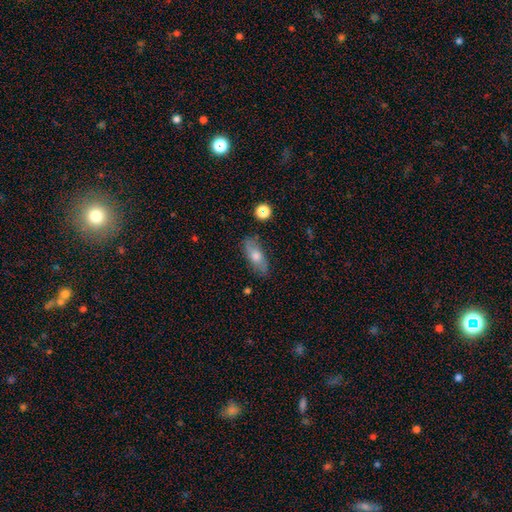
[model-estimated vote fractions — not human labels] Smooth or featured? smooth (57%)
How rounded? in between (75%)
Merging? none (81%)